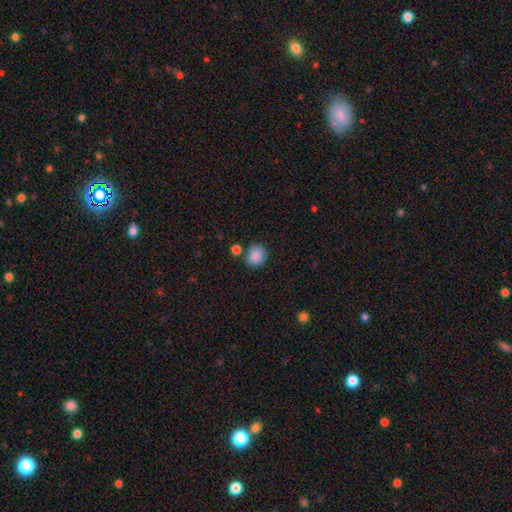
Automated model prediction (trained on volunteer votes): Smooth or featured?
  - smooth: 87% *
  - star or artifact: 9%
  - featured or disk: 4%
How rounded?
  - round: 79% *
  - in between: 20%
  - cigar-shaped: 1%
Merging?
  - none: 74% *
  - minor disturbance: 13%
  - merger: 9%
  - major disturbance: 4%